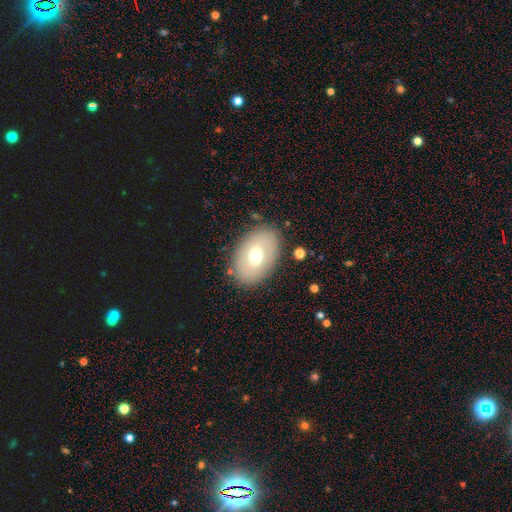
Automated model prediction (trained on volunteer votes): Q: Smooth or featured?
A: smooth (62%); runner-up: featured or disk (30%)
Q: How rounded?
A: in between (86%); runner-up: round (13%)
Q: Merging?
A: none (83%); runner-up: minor disturbance (11%)